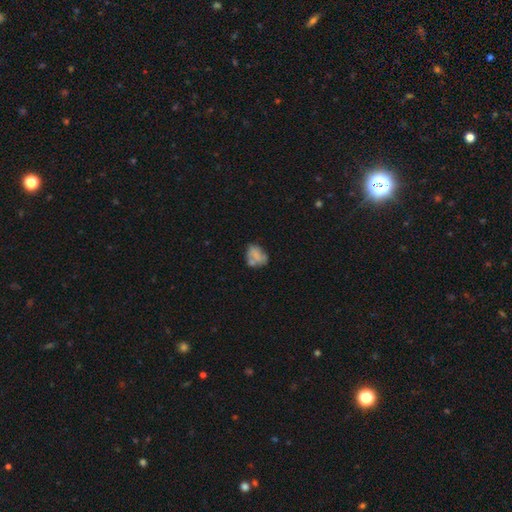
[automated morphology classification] This is possibly a smooth galaxy (57%). How rounded: likely in between (62%). Merging: marginally none (44%).